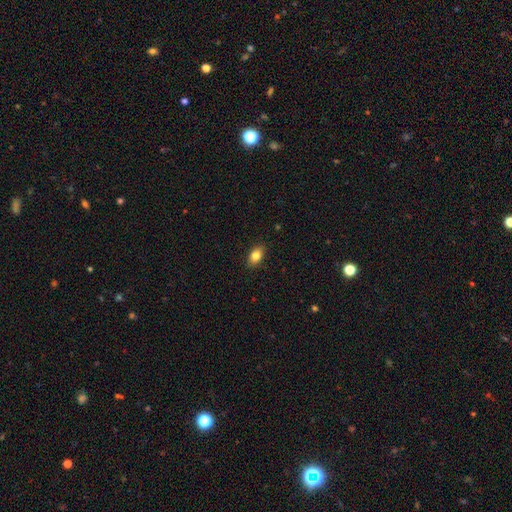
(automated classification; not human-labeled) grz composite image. It shows a smooth galaxy with no disk features (82%) that is in between round and cigar-shaped (86%). Merging: none (88%).